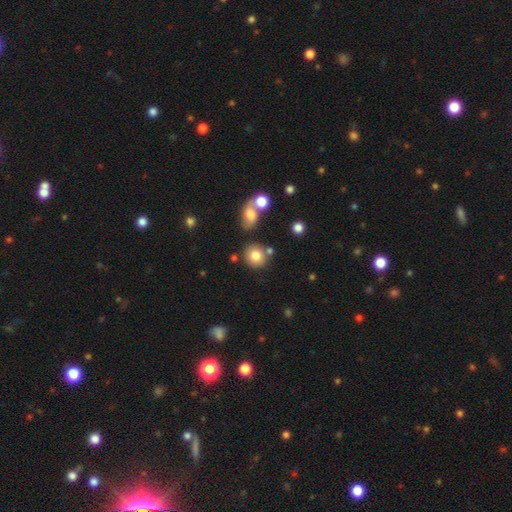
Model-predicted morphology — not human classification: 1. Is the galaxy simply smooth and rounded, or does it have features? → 80% smooth, 10% featured or disk, 10% star or artifact.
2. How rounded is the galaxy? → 85% round, 14% in between, 1% cigar-shaped.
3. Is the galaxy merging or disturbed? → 73% none, 12% merger, 11% minor disturbance, 4% major disturbance.